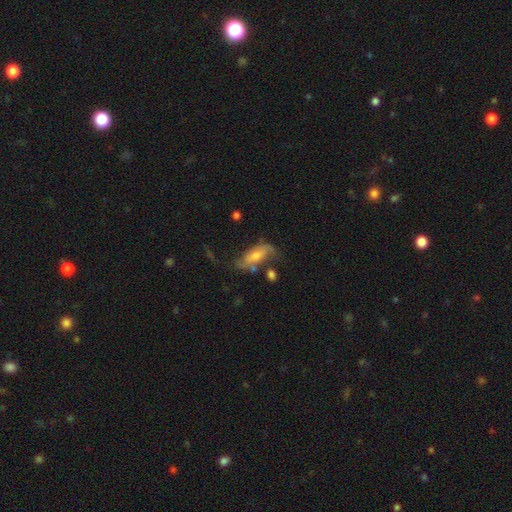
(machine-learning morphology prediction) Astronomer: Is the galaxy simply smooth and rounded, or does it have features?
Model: featured or disk — 58%.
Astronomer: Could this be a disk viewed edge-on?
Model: no — 82%.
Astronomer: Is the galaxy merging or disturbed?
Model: none — 47% (runner-up: minor disturbance, 25%).